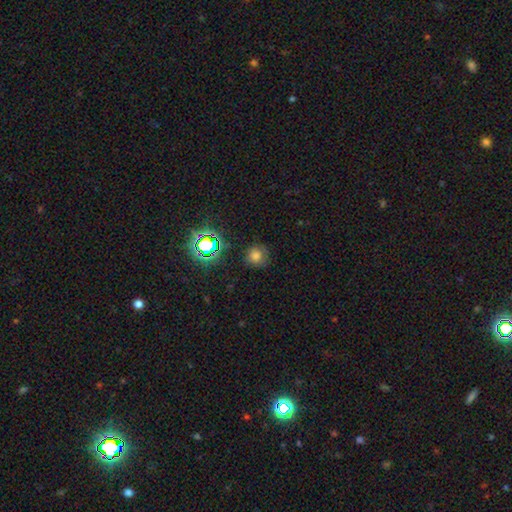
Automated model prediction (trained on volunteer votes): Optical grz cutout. It shows a smooth galaxy with no disk features (70%) that is round (89%). Merging: none (79%).